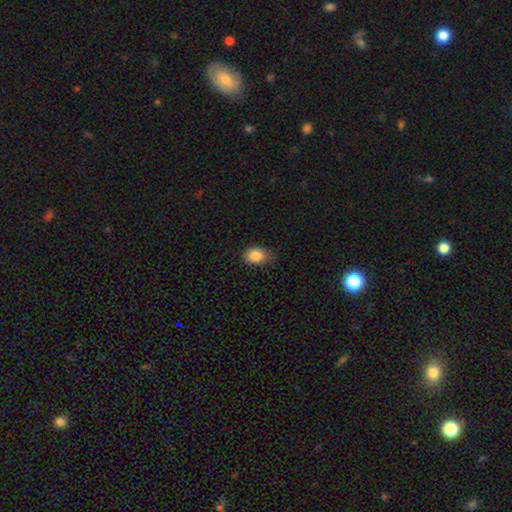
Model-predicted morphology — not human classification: This is clearly a smooth galaxy (85%). How rounded: likely in between (73%). Merging: likely none (71%).